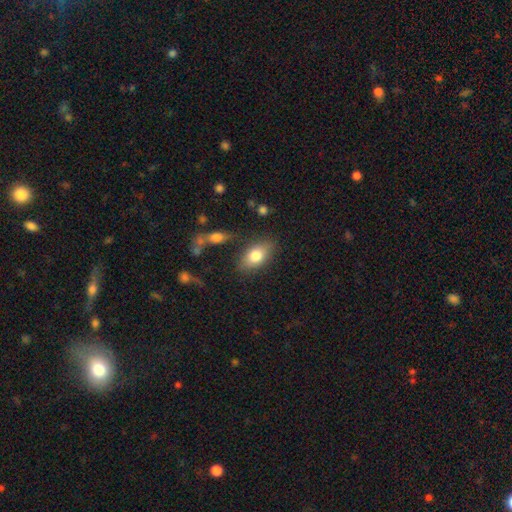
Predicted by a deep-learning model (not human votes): Q: Smooth or featured?
A: smooth (78%); runner-up: featured or disk (14%)
Q: How rounded?
A: in between (88%); runner-up: round (7%)
Q: Merging?
A: none (80%); runner-up: minor disturbance (13%)